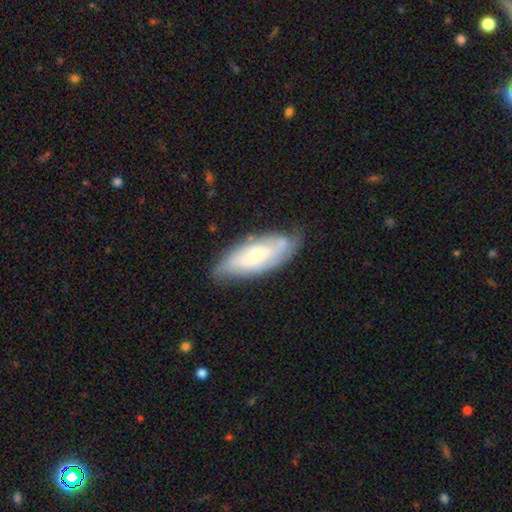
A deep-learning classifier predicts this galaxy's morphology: Smooth or featured? featured or disk (64%)
Edge-on disk? no (87%)
Bar? no (57%)
Spiral arms? yes (86%)
Bulge size? small (56%)
Merging? none (68%)